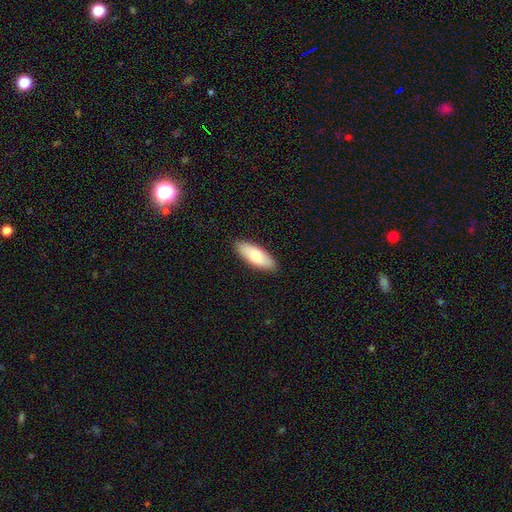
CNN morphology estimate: A smooth galaxy with no disk features (73%) that is in between round and cigar-shaped (72%). Merging: none (89%).